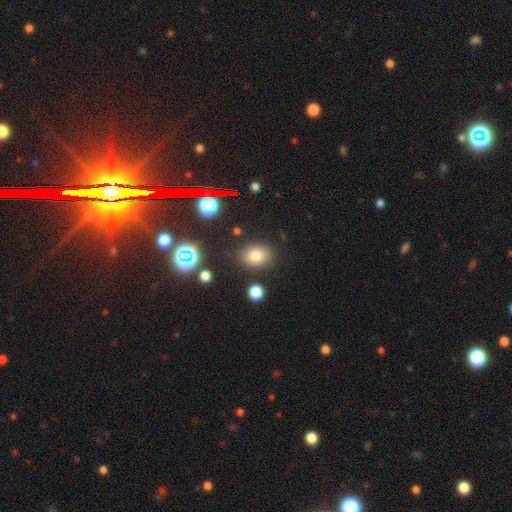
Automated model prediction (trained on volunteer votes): This is likely a smooth galaxy (76%). How rounded: possibly in between (51%). Merging: clearly none (82%).